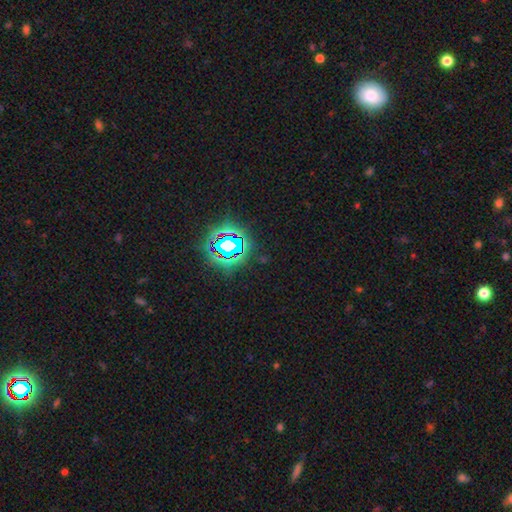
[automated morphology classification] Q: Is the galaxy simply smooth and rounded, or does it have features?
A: star or artifact — 80%.